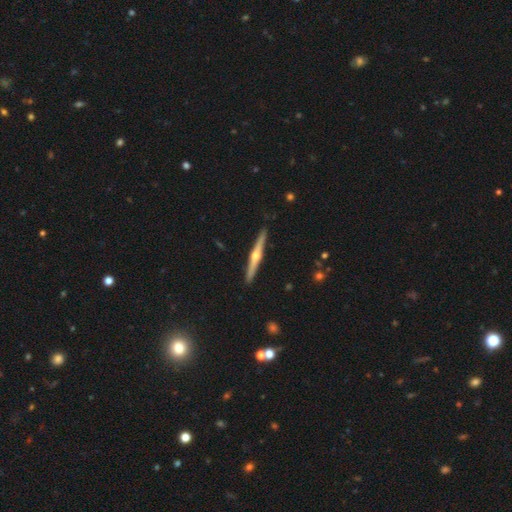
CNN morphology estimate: This is likely a featured or disk galaxy (78%). It is clearly viewed edge-on (98%). Edge-on bulge: clearly rounded (93%). Merging: clearly none (91%).